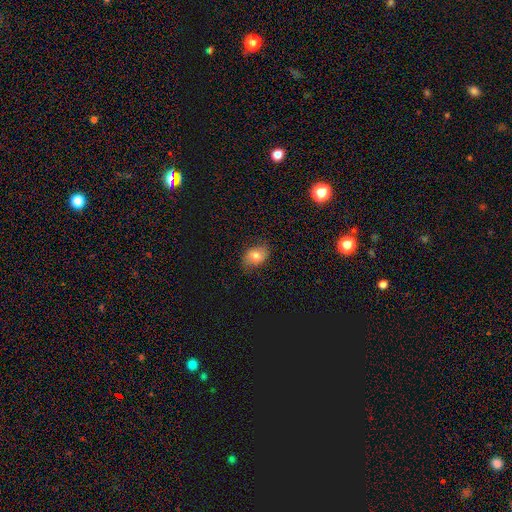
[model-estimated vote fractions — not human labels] A smooth galaxy with no disk features (77%) that is in between round and cigar-shaped (74%). Merging: none (76%).